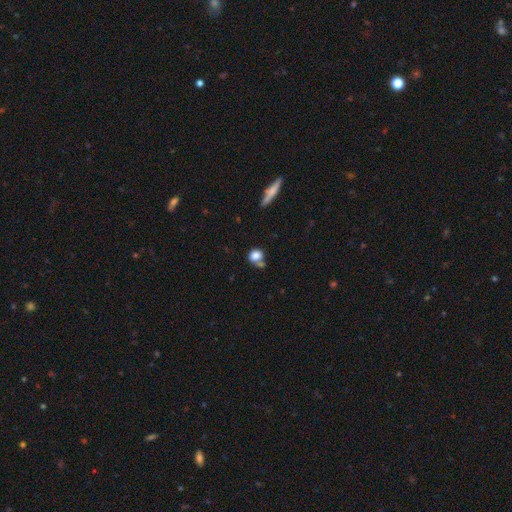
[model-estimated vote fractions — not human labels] smooth 80%, star or artifact 10%, featured or disk 10%. Down the decision tree: how rounded — round (70%); merging — none (50%).